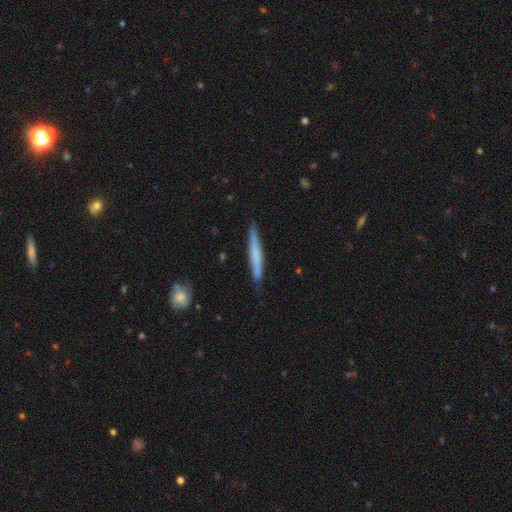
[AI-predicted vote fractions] Smooth or featured?
  - smooth: 54% *
  - featured or disk: 40%
  - star or artifact: 5%
How rounded?
  - cigar-shaped: 96% *
  - in between: 3%
  - round: 1%
Merging?
  - none: 85% *
  - minor disturbance: 12%
  - major disturbance: 2%
  - merger: 1%